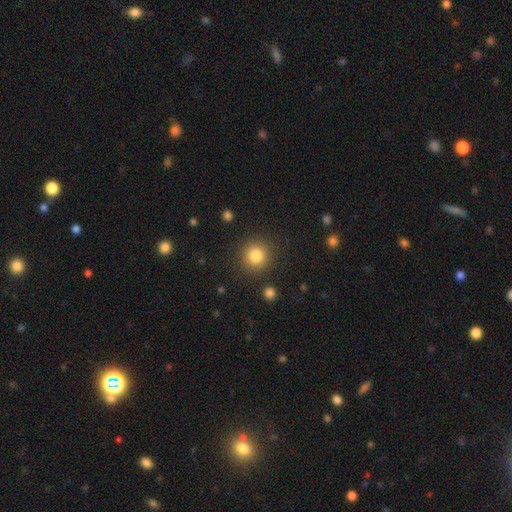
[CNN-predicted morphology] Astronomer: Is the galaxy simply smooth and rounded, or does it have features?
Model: smooth — 84%.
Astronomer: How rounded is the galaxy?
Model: round — 92%.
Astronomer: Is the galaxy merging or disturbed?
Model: none — 88%.